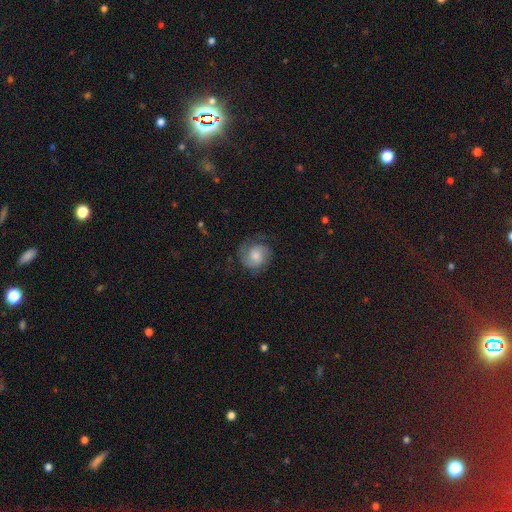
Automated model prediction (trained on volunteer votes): This is possibly a featured or disk galaxy (54%). It is clearly not viewed edge-on (98%). Bar: likely no (66%). Spiral arm pattern: clearly yes (90%). Central bulge: marginally moderate (45%). Merging: likely none (68%).